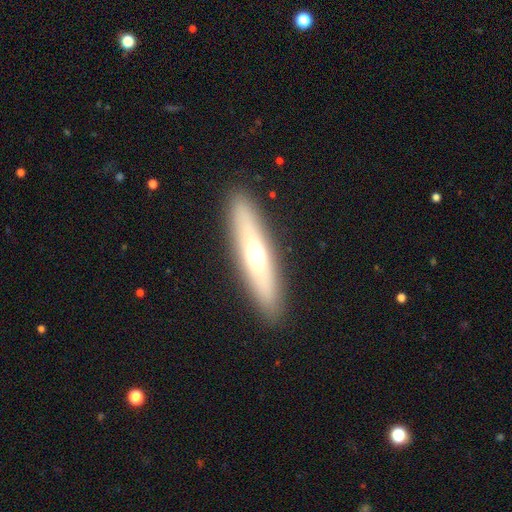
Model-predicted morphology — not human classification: Smooth or featured?
  - smooth: 51% *
  - featured or disk: 42%
  - star or artifact: 7%
How rounded?
  - cigar-shaped: 79% *
  - in between: 19%
  - round: 2%
Merging?
  - none: 90% *
  - minor disturbance: 7%
  - major disturbance: 2%
  - merger: 1%